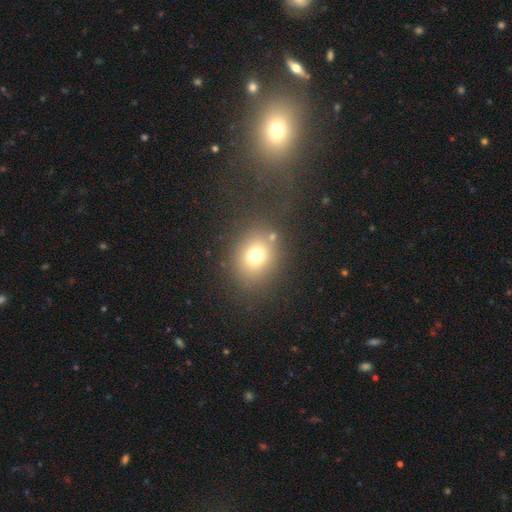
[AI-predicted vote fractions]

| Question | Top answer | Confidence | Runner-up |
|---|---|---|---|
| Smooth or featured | smooth | 72% | star or artifact (17%) |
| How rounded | round | 66% | in between (33%) |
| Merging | none | 76% | minor disturbance (11%) |